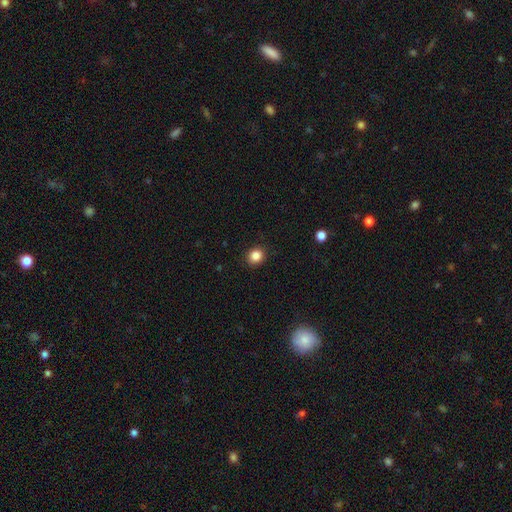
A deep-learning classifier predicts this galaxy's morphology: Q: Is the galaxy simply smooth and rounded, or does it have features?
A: smooth — 85%.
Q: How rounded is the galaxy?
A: round — 79%.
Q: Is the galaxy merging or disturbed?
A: none — 90%.